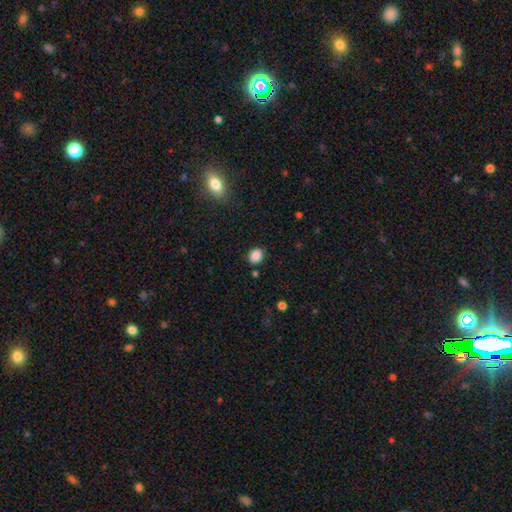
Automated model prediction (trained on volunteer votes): Q: Smooth or featured?
A: smooth (86%); runner-up: star or artifact (10%)
Q: How rounded?
A: in between (50%); runner-up: round (49%)
Q: Merging?
A: none (83%); runner-up: minor disturbance (12%)